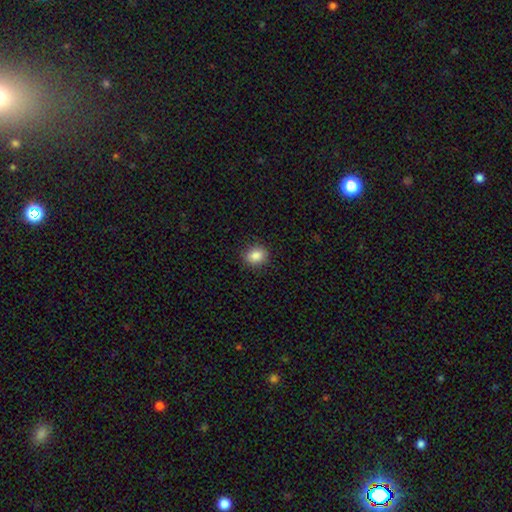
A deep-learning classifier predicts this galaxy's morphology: Smooth or featured? Predicted: smooth (p=0.86). How rounded? Predicted: round (p=0.55). Merging? Predicted: none (p=0.87).